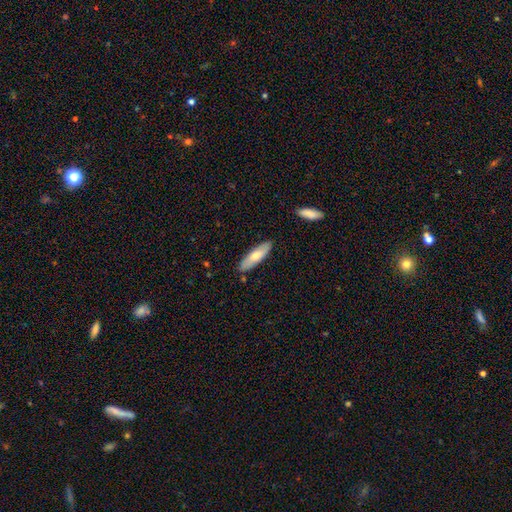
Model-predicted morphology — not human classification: Q: Smooth or featured?
A: smooth (67%); runner-up: featured or disk (28%)
Q: How rounded?
A: cigar-shaped (58%); runner-up: in between (40%)
Q: Merging?
A: none (86%); runner-up: minor disturbance (10%)